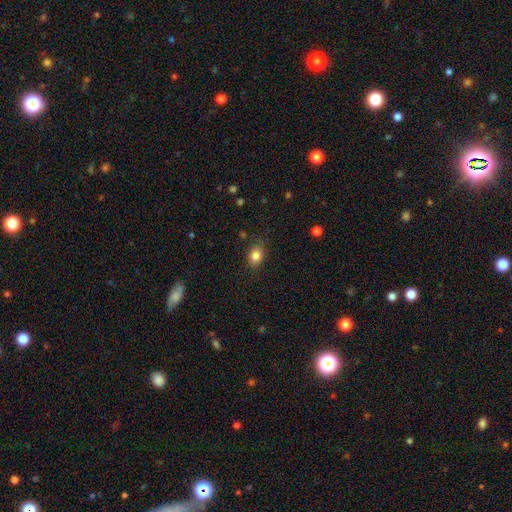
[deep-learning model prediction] Smooth or featured? smooth (83%)
How rounded? in between (68%)
Merging? none (81%)